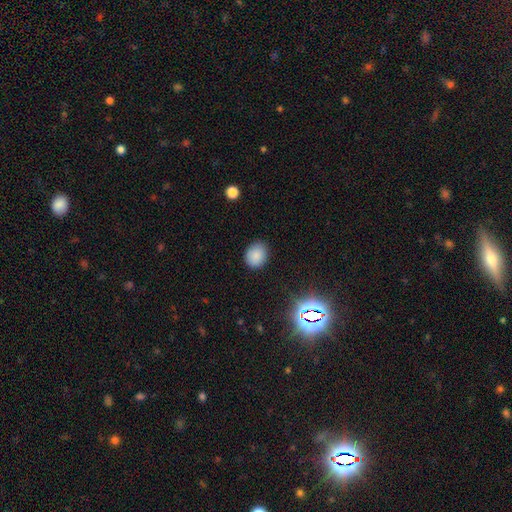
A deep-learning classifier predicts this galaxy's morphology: This is clearly a smooth galaxy (83%). How rounded: possibly round (54%). Merging: clearly none (85%).